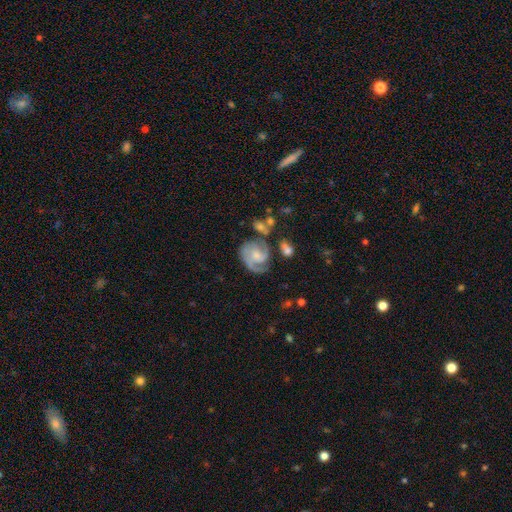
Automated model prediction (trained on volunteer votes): A featured or disk galaxy (81%) with no bar (60%), 2 (47%) tight (44%) spiral arms (95%) and a small central bulge (40%).

Vote fractions:
- Smooth or featured? featured or disk: 81% / smooth: 13% / star or artifact: 6%
- Edge-on disk? no: 98% / yes: 2%
- Bar? no: 60% / weak: 34% / strong: 6%
- Spiral arms? yes: 95% / no: 5%
- Spiral winding? tight: 44% / medium: 43% / loose: 13%
- Spiral arm count? 2: 47% / 3: 21% / can't tell: 13% / 1: 13% / 4: 3% / more than 4: 3%
- Bulge size? small: 40% / moderate: 38% / none: 15% / large: 5% / dominant: 1%
- Merging? none: 54% / minor disturbance: 22% / major disturbance: 14% / merger: 9%